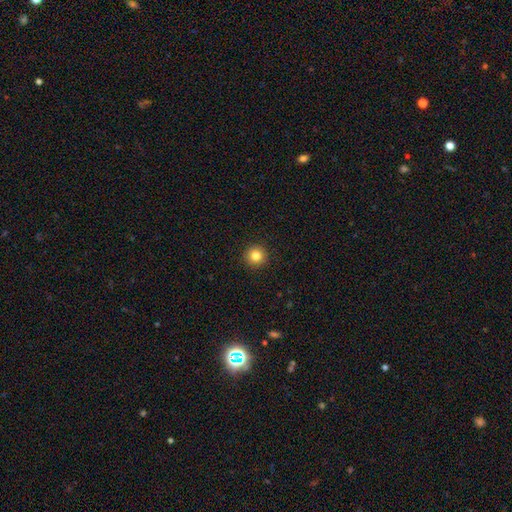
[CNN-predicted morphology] Smooth or featured?
  - smooth: 83% *
  - star or artifact: 11%
  - featured or disk: 6%
How rounded?
  - round: 95% *
  - in between: 4%
  - cigar-shaped: 1%
Merging?
  - none: 93% *
  - minor disturbance: 4%
  - major disturbance: 2%
  - merger: 1%